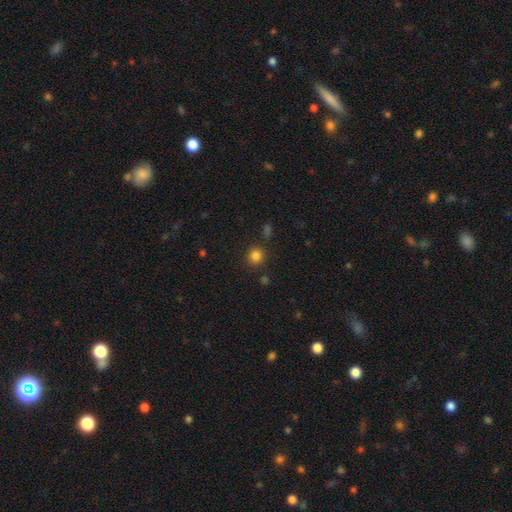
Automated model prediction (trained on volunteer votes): This appears to be a smooth galaxy with no disk features (83%) that is round (90%). Merging: none (86%).